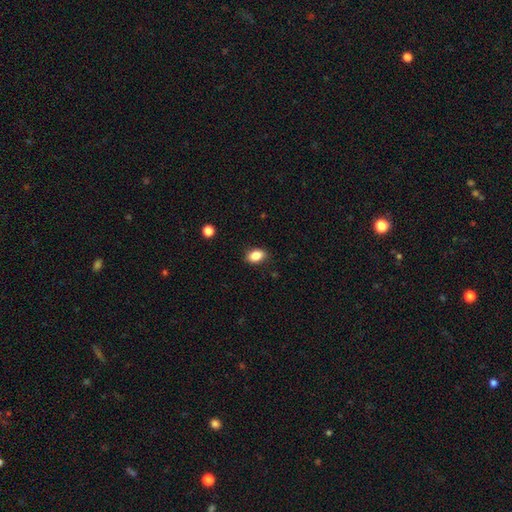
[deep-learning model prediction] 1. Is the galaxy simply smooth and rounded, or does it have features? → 85% smooth, 9% star or artifact, 6% featured or disk.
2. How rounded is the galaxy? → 82% in between, 17% round, 2% cigar-shaped.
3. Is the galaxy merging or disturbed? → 87% none, 10% minor disturbance, 2% major disturbance, 1% merger.